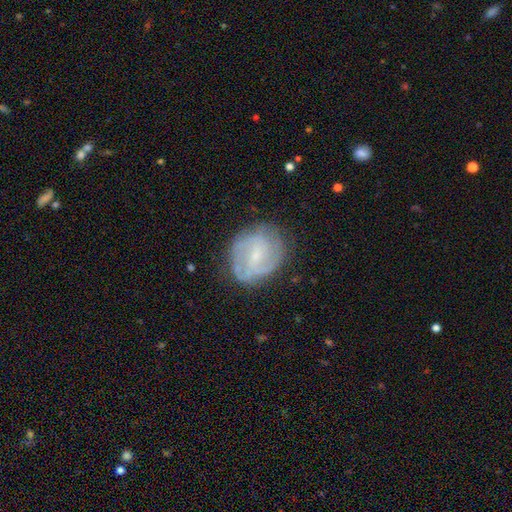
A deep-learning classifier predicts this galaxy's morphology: smooth-or-featured: featured or disk: 73% | smooth: 20% | star or artifact: 7%
  disk-edge-on: no: 98% | yes: 2%
    bar: weak: 53% | no: 33% | strong: 14%
    has-spiral-arms: yes: 88% | no: 12%
      spiral-winding: medium: 42% | tight: 41% | loose: 17%
      spiral-arm-count: 2: 47% | can't tell: 28% | 3: 14% | 1: 4% | 4: 4% | more than 4: 3%
    bulge-size: small: 70% | moderate: 19% | none: 9% | large: 1% | dominant: 1%
  merging: none: 72% | minor disturbance: 19% | major disturbance: 8% | merger: 1%